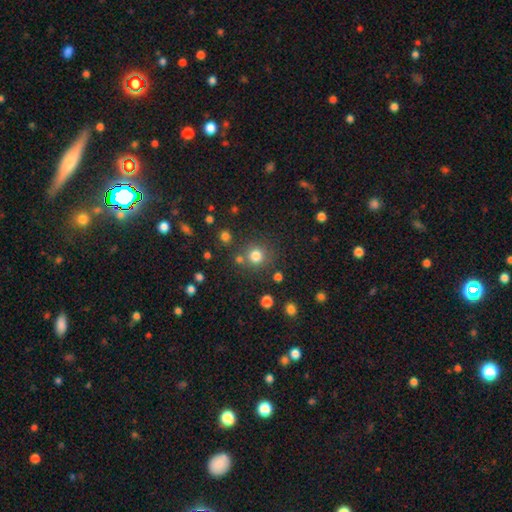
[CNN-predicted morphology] type=smooth (79%); roundness=round (92%); merging=none (77%).